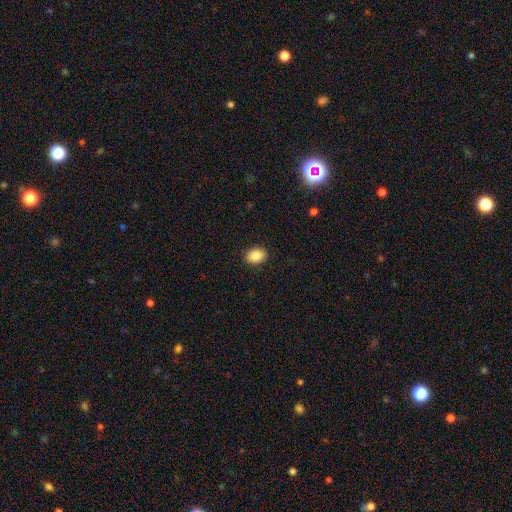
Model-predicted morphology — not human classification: A smooth galaxy with no disk features (88%) that is in between round and cigar-shaped (75%). Merging: none (90%).